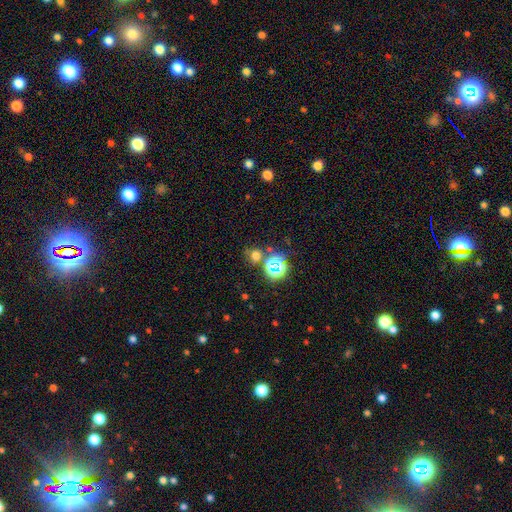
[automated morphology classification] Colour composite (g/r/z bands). It shows a smooth galaxy with no disk features (58%) that is round (81%). Merging: none (69%).